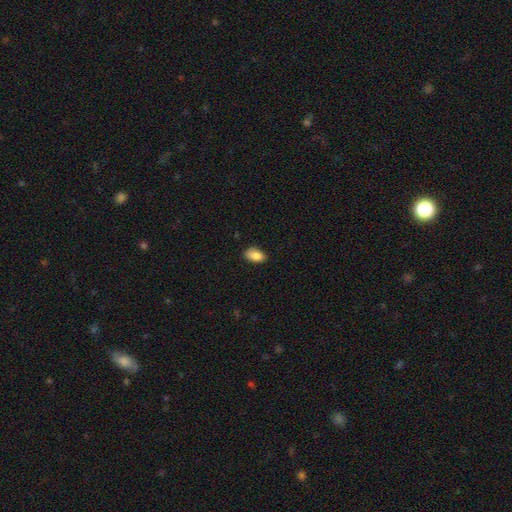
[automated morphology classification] Smooth or featured? Predicted: smooth (p=0.87). How rounded? Predicted: in between (p=0.92). Merging? Predicted: none (p=0.79).